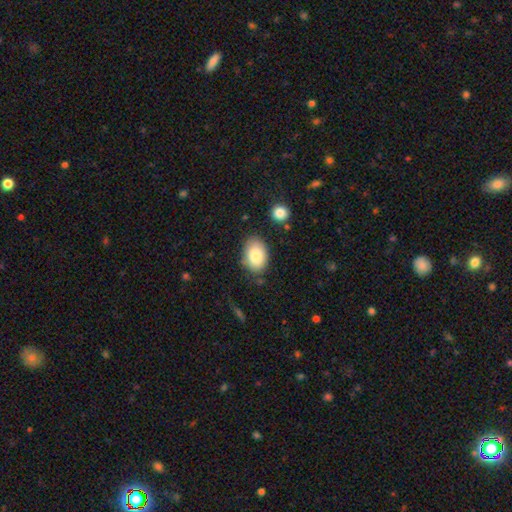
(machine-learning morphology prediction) smooth 85%, featured or disk 8%, star or artifact 7%. Down the decision tree: how rounded — in between (87%); merging — none (77%).